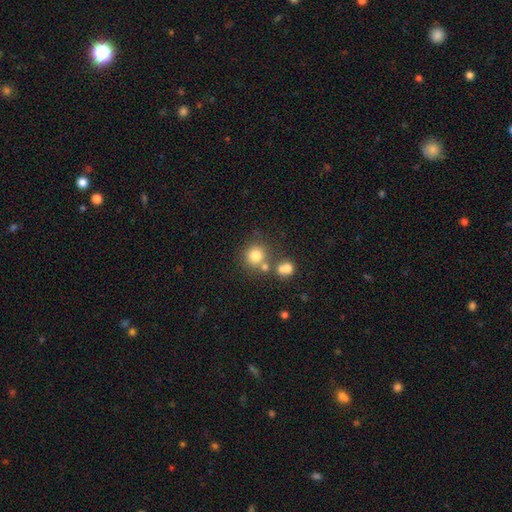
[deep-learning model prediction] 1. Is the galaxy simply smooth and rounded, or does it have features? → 77% smooth, 14% star or artifact, 9% featured or disk.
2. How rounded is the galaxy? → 89% round, 10% in between, 1% cigar-shaped.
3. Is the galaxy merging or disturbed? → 65% none, 21% merger, 10% minor disturbance, 4% major disturbance.